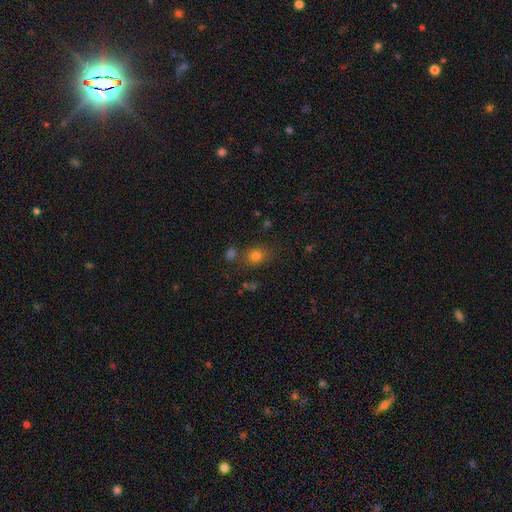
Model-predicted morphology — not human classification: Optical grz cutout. It shows a smooth galaxy with no disk features (76%) that is round (67%). Merging: none (72%).